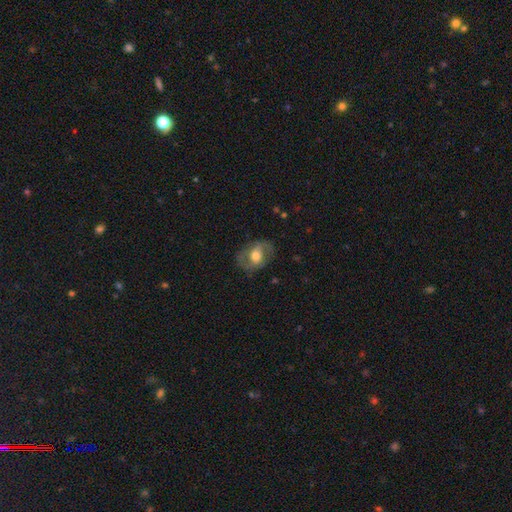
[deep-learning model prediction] Smooth or featured?
  - featured or disk: 55% *
  - smooth: 38%
  - star or artifact: 7%
Edge-on disk?
  - no: 94% *
  - yes: 6%
Bar?
  - no: 49% *
  - weak: 34%
  - strong: 16%
Spiral arms?
  - yes: 64% *
  - no: 36%
Bulge size?
  - moderate: 66% *
  - large: 18%
  - small: 12%
  - dominant: 1%
  - none: 1%
Merging?
  - none: 72% *
  - minor disturbance: 17%
  - major disturbance: 10%
  - merger: 1%